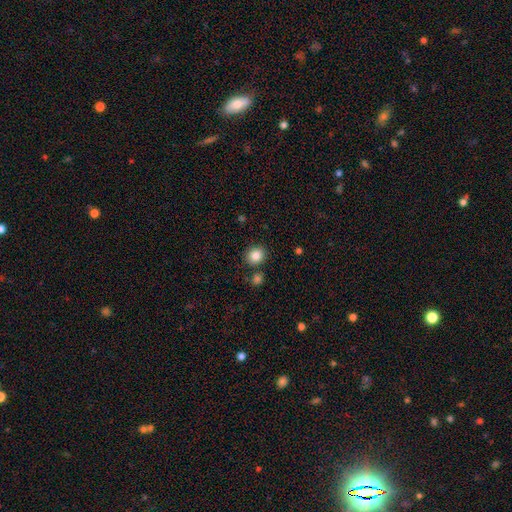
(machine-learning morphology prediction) Smooth or featured? Predicted: smooth (p=0.85). How rounded? Predicted: round (p=0.81). Merging? Predicted: none (p=0.84).